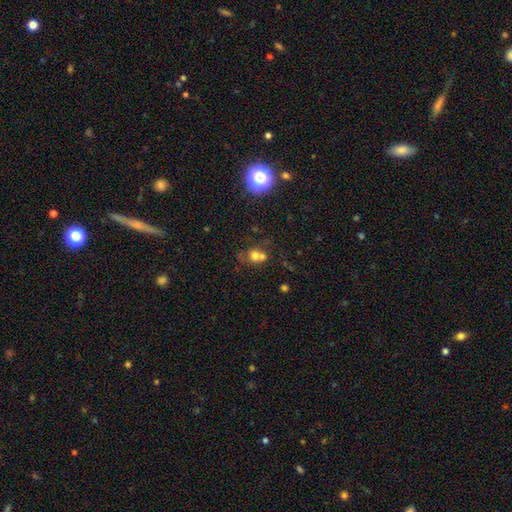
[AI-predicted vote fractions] This is likely a smooth galaxy (66%). How rounded: likely round (76%). Merging: possibly merger (53%).